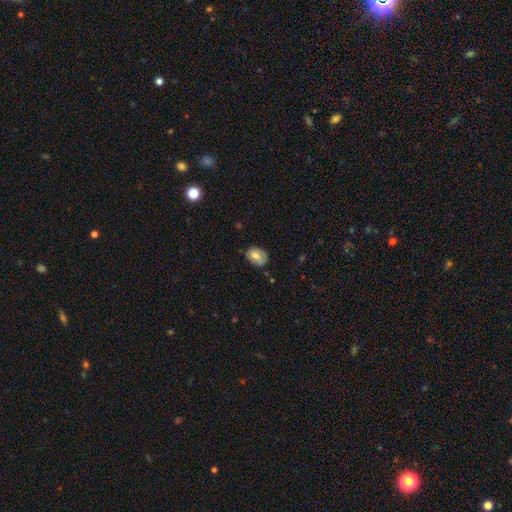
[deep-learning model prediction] This is likely a smooth galaxy (61%). How rounded: likely in between (73%). Merging: likely none (68%).